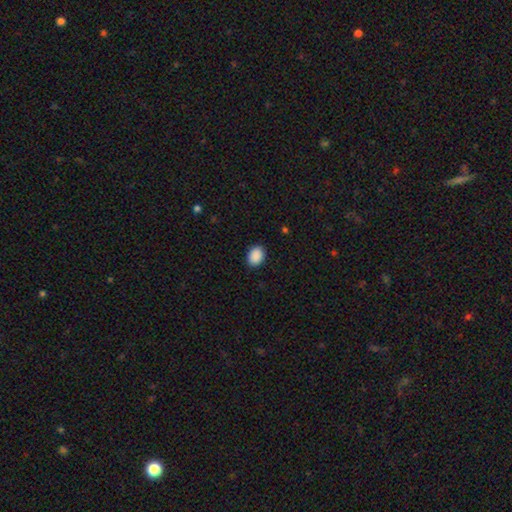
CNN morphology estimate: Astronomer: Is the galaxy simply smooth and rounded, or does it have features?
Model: smooth — 90%.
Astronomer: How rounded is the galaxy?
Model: in between — 70%.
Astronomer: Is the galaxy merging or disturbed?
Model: none — 90%.